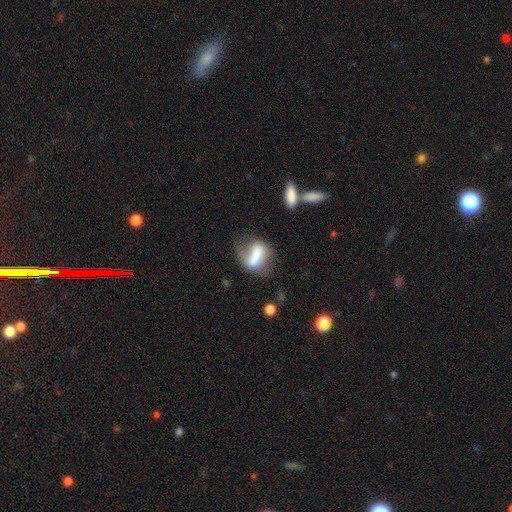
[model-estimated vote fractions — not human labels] Smooth or featured?
  - smooth: 56% *
  - featured or disk: 36%
  - star or artifact: 9%
How rounded?
  - in between: 62% *
  - cigar-shaped: 19%
  - round: 19%
Merging?
  - none: 43% *
  - minor disturbance: 26%
  - major disturbance: 22%
  - merger: 9%